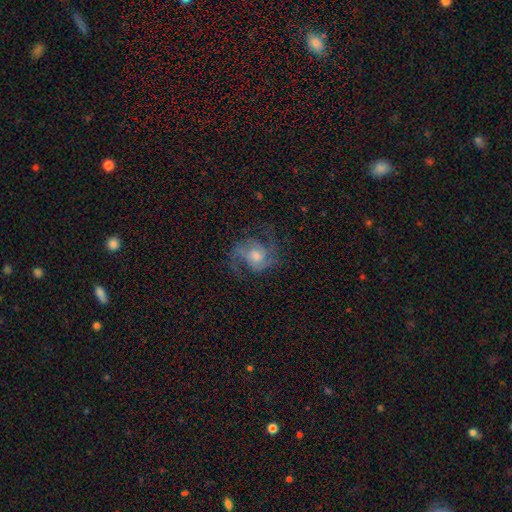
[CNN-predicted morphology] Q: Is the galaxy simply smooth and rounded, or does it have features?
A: featured or disk — 80%.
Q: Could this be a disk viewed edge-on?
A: no — 98%.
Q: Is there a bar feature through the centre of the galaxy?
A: no — 64%.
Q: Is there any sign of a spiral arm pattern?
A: yes — 95%.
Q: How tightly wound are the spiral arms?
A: medium — 53%.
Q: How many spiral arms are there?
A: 2 — 55%.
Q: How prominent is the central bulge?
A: moderate — 59%.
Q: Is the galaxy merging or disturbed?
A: none — 67%.